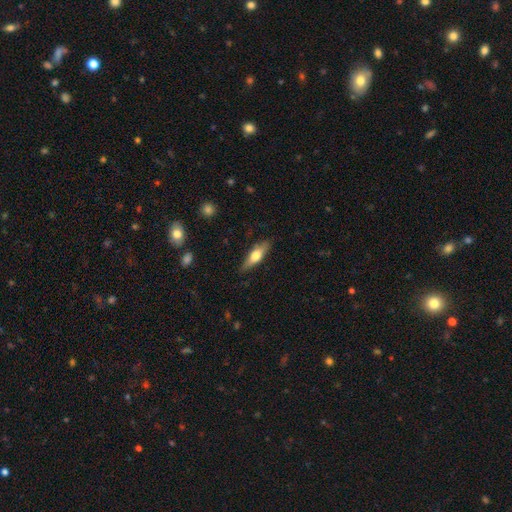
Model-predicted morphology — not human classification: Smooth or featured: smooth — 53% (featured or disk — 41%)
How rounded: cigar-shaped — 57% (in between — 41%)
Merging: none — 83% (minor disturbance — 13%)